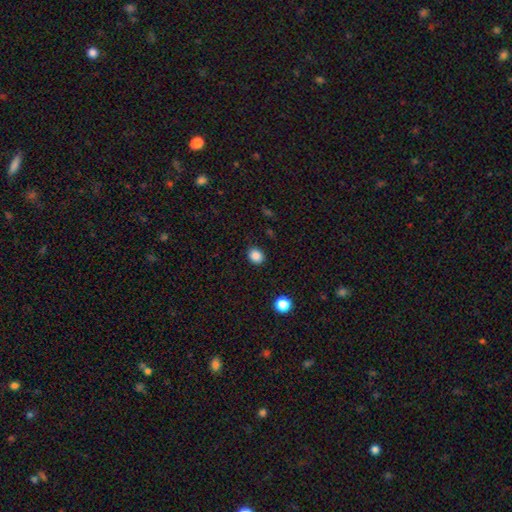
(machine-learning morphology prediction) smooth-or-featured: smooth: 86% | star or artifact: 11% | featured or disk: 4%
  how-rounded: round: 61% | in between: 38% | cigar-shaped: 1%
  merging: none: 88% | minor disturbance: 8% | major disturbance: 2% | merger: 1%